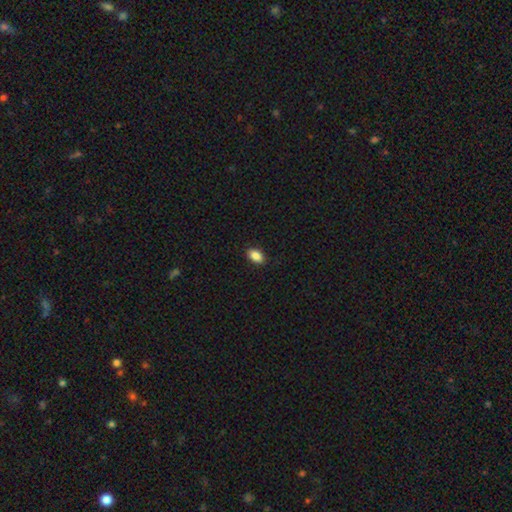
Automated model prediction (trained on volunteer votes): This is clearly a smooth galaxy (88%). How rounded: clearly in between (91%). Merging: clearly none (89%).